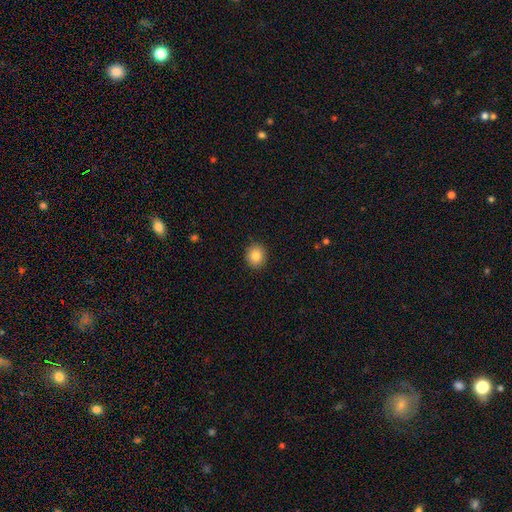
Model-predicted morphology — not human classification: Smooth or featured? smooth (86%)
How rounded? round (78%)
Merging? none (91%)